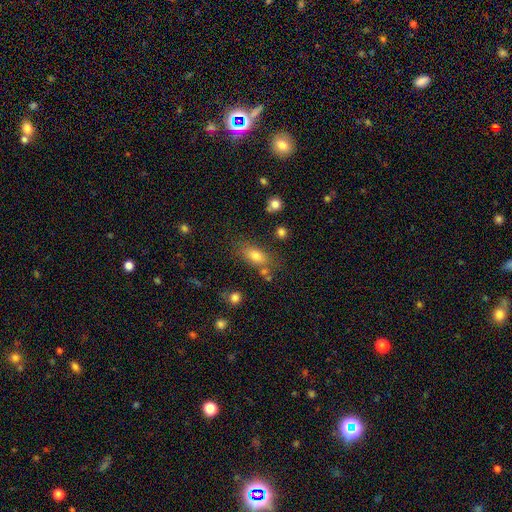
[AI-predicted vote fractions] This appears to be a smooth galaxy with no disk features (77%) that is in between round and cigar-shaped (81%). Merging: none (69%).